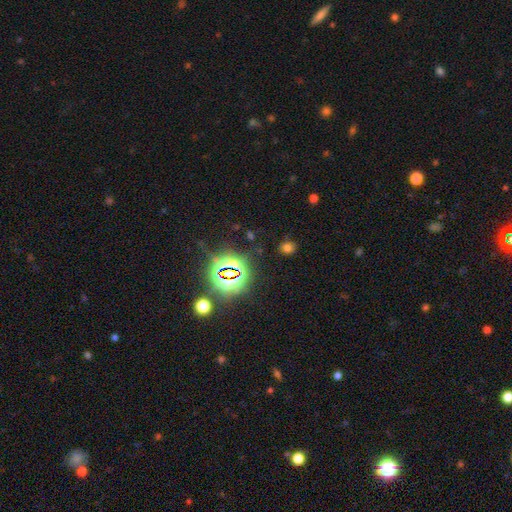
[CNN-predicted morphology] smooth_or_featured: star or artifact (p=0.81) [alt: smooth p=0.12]